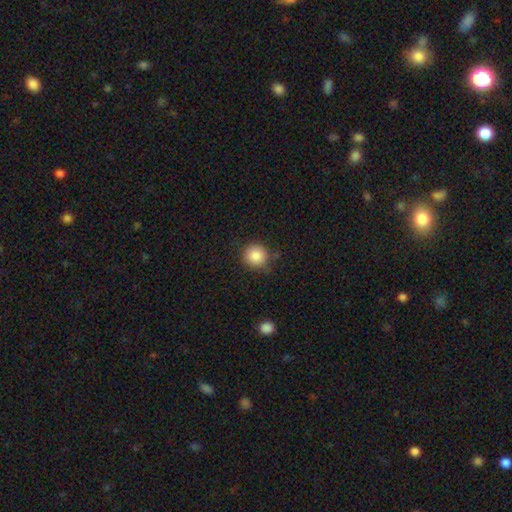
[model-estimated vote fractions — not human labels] A smooth galaxy with no disk features (86%) that is round (89%).

Vote fractions:
- Smooth or featured? smooth: 86% / star or artifact: 9% / featured or disk: 5%
- How rounded? round: 89% / in between: 10% / cigar-shaped: 1%
- Merging? none: 77% / minor disturbance: 17% / major disturbance: 4% / merger: 2%